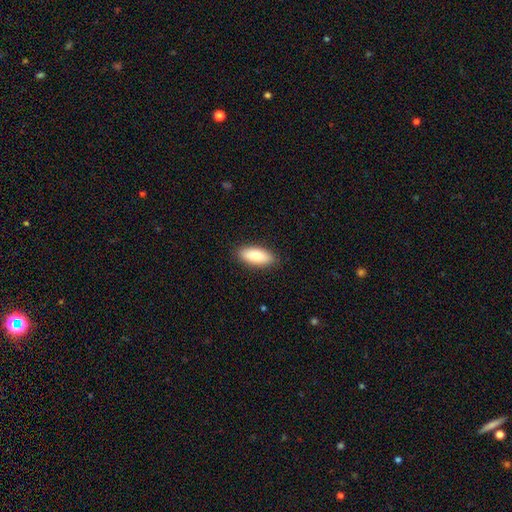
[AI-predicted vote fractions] smooth 87%, featured or disk 8%, star or artifact 6%. Down the decision tree: how rounded — in between (82%); merging — none (89%).